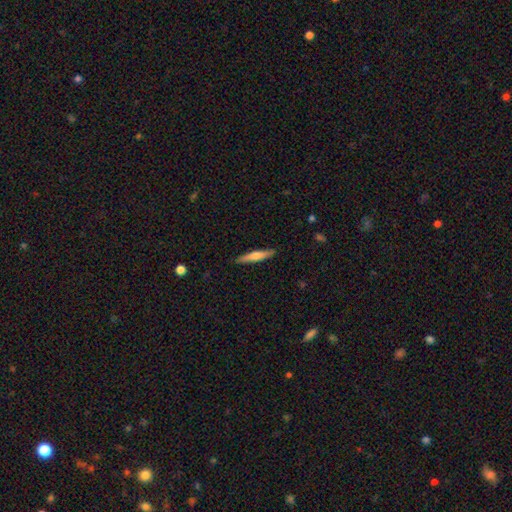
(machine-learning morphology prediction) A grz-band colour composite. It shows a smooth galaxy with no disk features (56%) that is cigar-shaped (91%). Merging: none (90%).